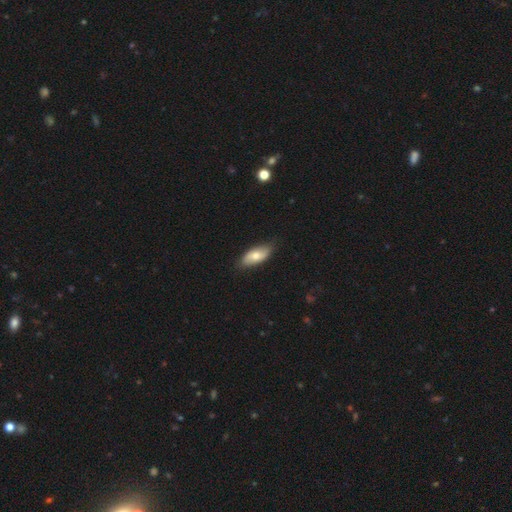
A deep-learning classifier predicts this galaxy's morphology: A smooth galaxy with no disk features (64%) that is in between round and cigar-shaped (87%). Merging: none (81%).